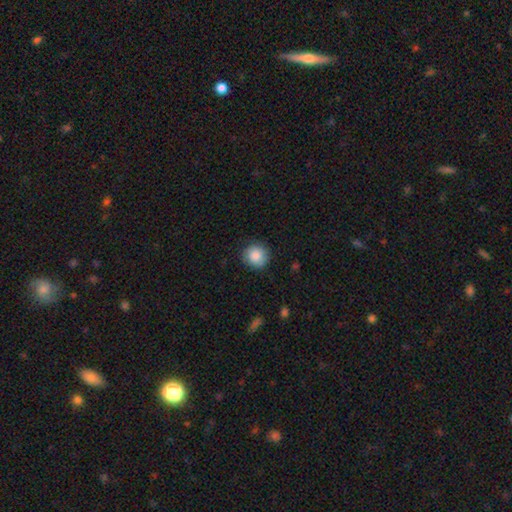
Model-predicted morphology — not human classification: A smooth galaxy with no disk features (87%) that is round (92%). Merging: none (86%).